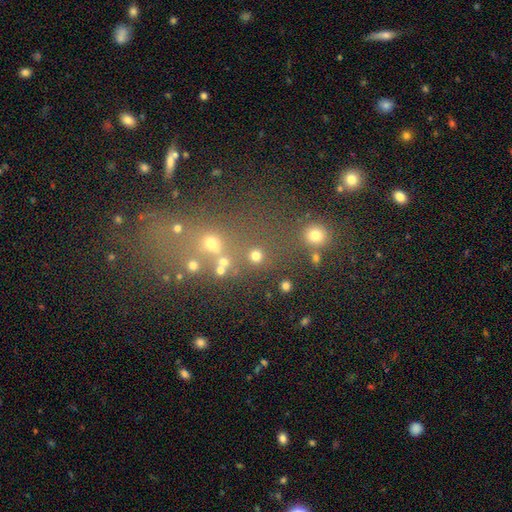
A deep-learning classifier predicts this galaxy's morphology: Smooth or featured?
  - smooth: 72% *
  - star or artifact: 21%
  - featured or disk: 7%
How rounded?
  - round: 91% *
  - in between: 8%
  - cigar-shaped: 1%
Merging?
  - none: 74% *
  - merger: 13%
  - minor disturbance: 7%
  - major disturbance: 5%